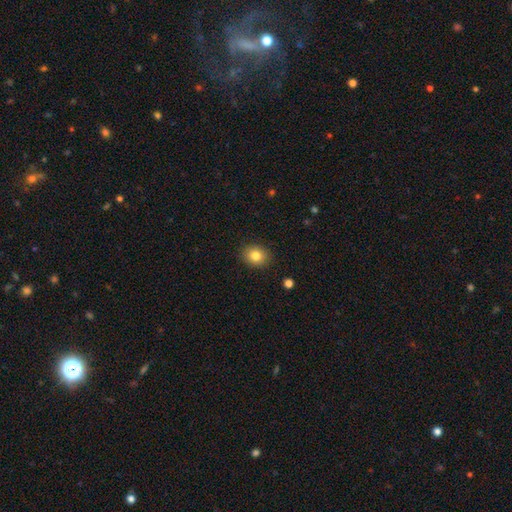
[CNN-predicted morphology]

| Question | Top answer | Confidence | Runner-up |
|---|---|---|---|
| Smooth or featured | smooth | 82% | star or artifact (10%) |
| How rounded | round | 59% | in between (40%) |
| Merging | none | 89% | minor disturbance (8%) |